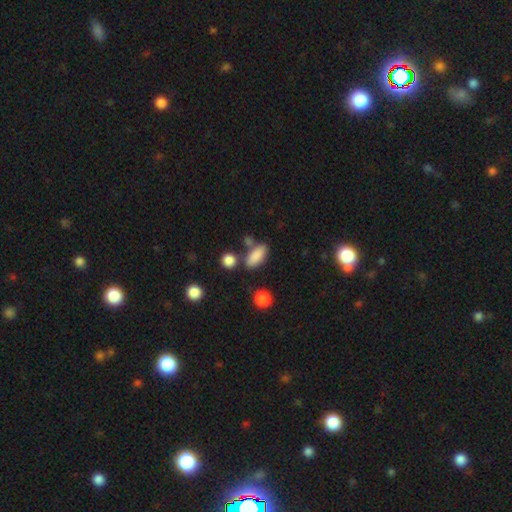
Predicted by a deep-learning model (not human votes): Q: Smooth or featured?
A: smooth (86%); runner-up: star or artifact (8%)
Q: How rounded?
A: in between (82%); runner-up: cigar-shaped (13%)
Q: Merging?
A: none (69%); runner-up: minor disturbance (14%)